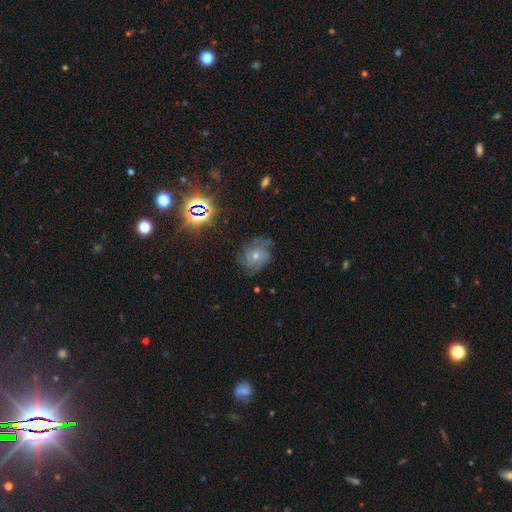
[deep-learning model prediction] Smooth or featured? Predicted: featured or disk (p=0.62). Edge-on disk? Predicted: no (p=0.97). Bar? Predicted: no (p=0.78). Spiral arms? Predicted: yes (p=0.92). Spiral winding? Predicted: tight (p=0.57). Spiral arm count? Predicted: can't tell (p=0.32). Bulge size? Predicted: small (p=0.52). Merging? Predicted: none (p=0.72).